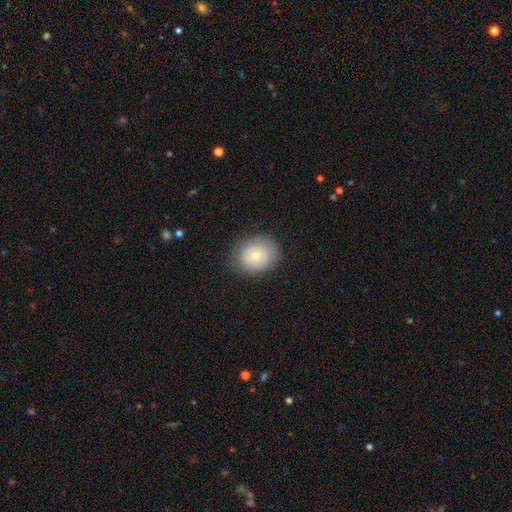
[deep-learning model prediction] Smooth or featured? Predicted: smooth (p=0.64). How rounded? Predicted: round (p=0.64). Merging? Predicted: none (p=0.79).